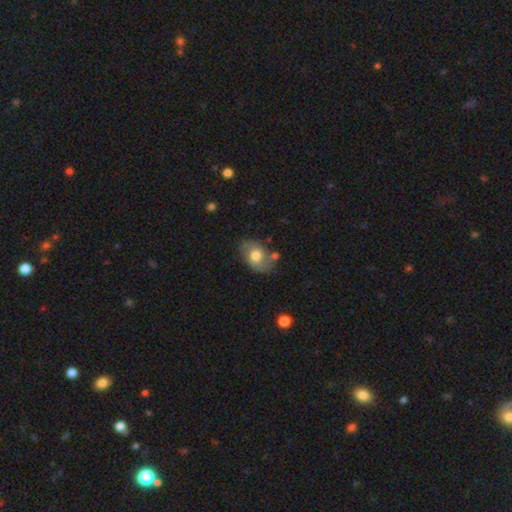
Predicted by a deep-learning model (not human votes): smooth_or_featured: smooth (p=0.60) [alt: featured or disk p=0.33]
how_rounded: in between (p=0.77) [alt: round p=0.21]
merging: none (p=0.64) [alt: minor disturbance p=0.22]